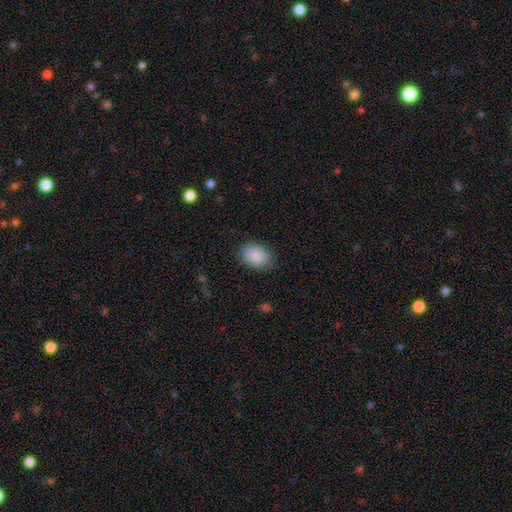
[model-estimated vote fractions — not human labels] The model was most divided on "how rounded": in between: 80%, round: 19%, cigar-shaped: 1%. More confident: smooth or featured — smooth (87%); merging — none (83%).